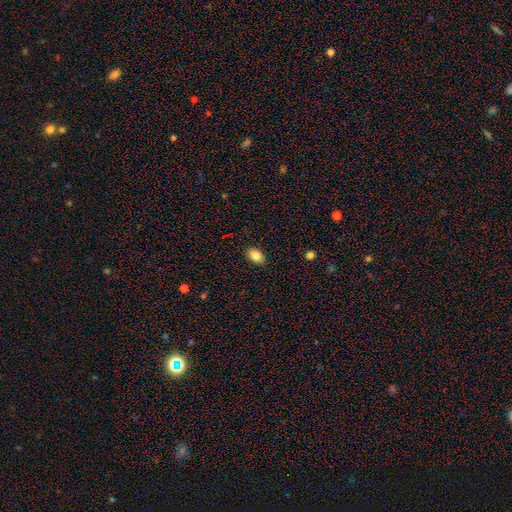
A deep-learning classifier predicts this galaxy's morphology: Q: Smooth or featured?
A: smooth (84%); runner-up: star or artifact (9%)
Q: How rounded?
A: in between (86%); runner-up: round (13%)
Q: Merging?
A: none (87%); runner-up: minor disturbance (9%)